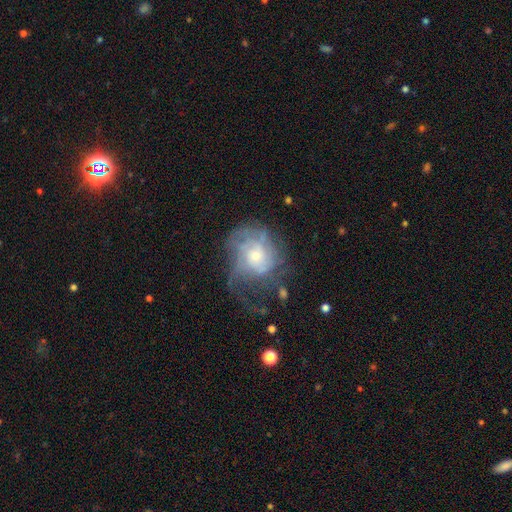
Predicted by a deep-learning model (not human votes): Smooth or featured: featured or disk — 71% (smooth — 20%)
Edge-on disk: no — 97% (yes — 3%)
Bar: no — 76% (weak — 21%)
Spiral arms: yes — 81% (no — 19%)
Spiral winding: tight — 45% (medium — 34%)
Spiral arm count: can't tell — 52% (2 — 13%)
Bulge size: small — 53% (moderate — 40%)
Merging: none — 41% (major disturbance — 34%)